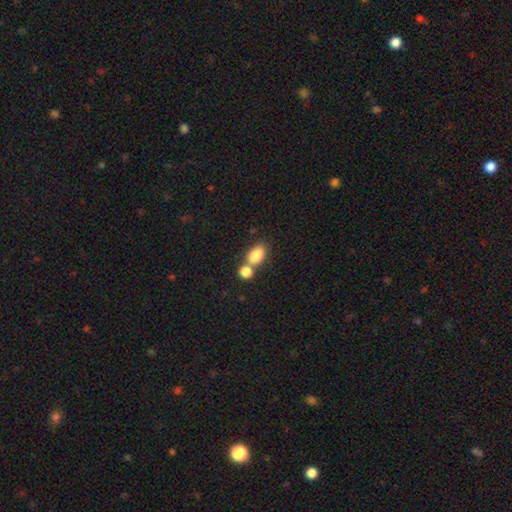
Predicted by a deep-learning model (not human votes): Overall: smooth (83%). How rounded: in between (81%). Merging: none (48%; merger 39%).